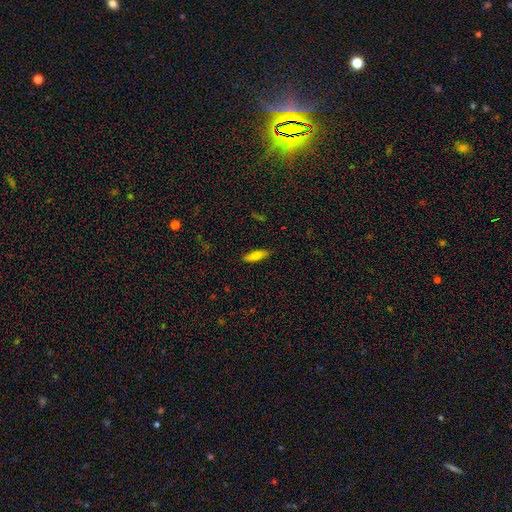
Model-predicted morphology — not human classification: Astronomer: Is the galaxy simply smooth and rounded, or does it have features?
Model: smooth — 74%.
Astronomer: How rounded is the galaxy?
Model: in between — 51% (runner-up: cigar-shaped, 47%).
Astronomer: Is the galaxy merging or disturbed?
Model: none — 87%.